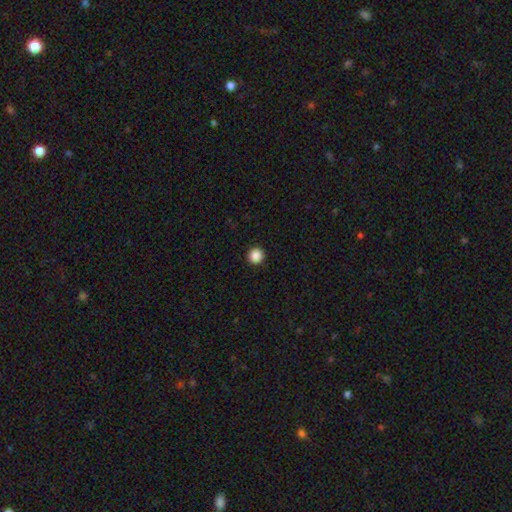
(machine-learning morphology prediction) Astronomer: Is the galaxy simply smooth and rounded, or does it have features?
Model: smooth — 88%.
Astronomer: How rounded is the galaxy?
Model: round — 95%.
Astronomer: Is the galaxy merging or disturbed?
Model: none — 94%.